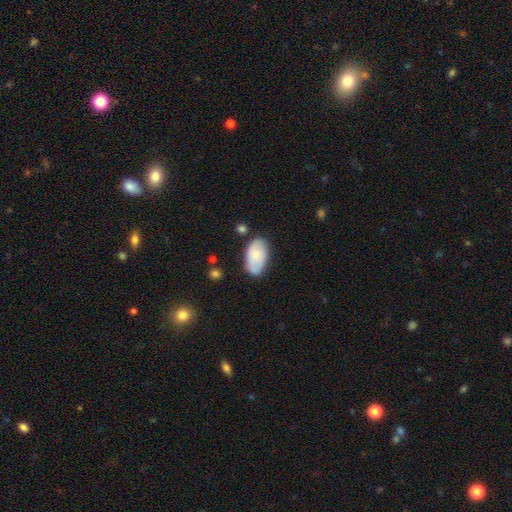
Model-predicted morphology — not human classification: Smooth or featured? Predicted: smooth (p=0.65). How rounded? Predicted: in between (p=0.94). Merging? Predicted: none (p=0.71).